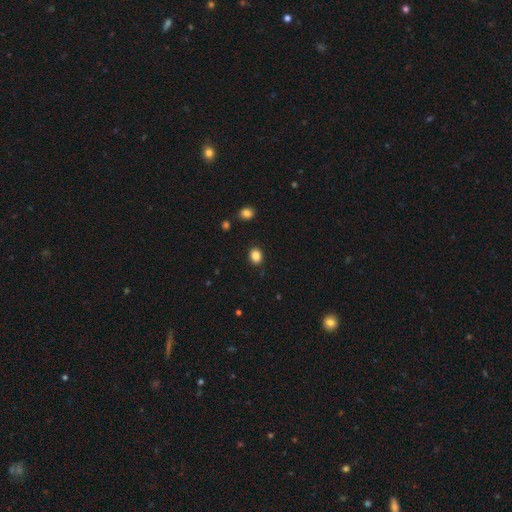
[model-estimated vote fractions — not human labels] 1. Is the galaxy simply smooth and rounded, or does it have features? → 86% smooth, 10% star or artifact, 4% featured or disk.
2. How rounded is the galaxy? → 56% round, 43% in between, 1% cigar-shaped.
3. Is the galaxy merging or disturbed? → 89% none, 7% minor disturbance, 2% major disturbance, 1% merger.